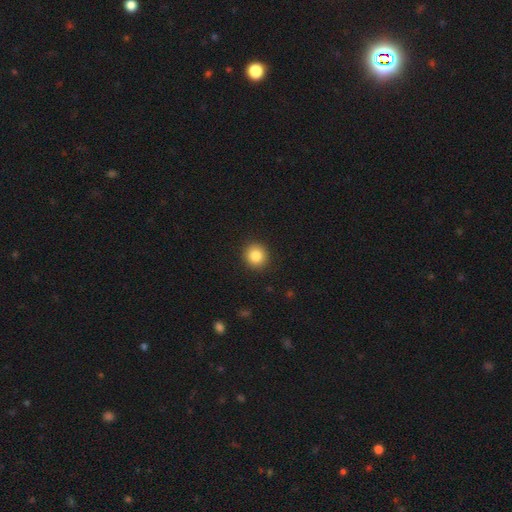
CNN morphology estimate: This appears to be a smooth galaxy with no disk features (85%) that is round (91%). Merging: none (92%).